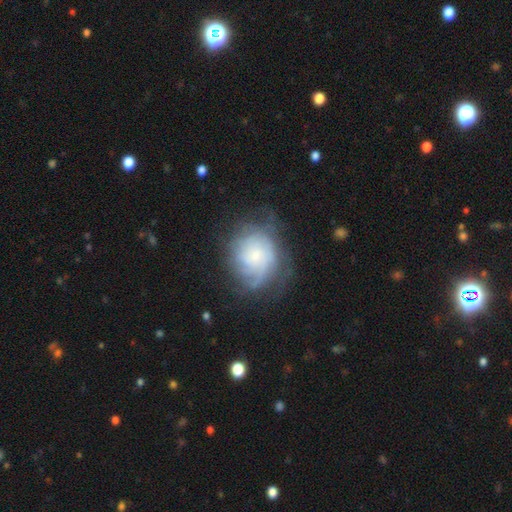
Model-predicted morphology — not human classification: smooth-or-featured: featured or disk: 61% | smooth: 30% | star or artifact: 9%
  disk-edge-on: no: 97% | yes: 3%
    bar: no: 79% | weak: 19% | strong: 3%
    has-spiral-arms: yes: 83% | no: 17%
    bulge-size: small: 62% | moderate: 23% | none: 8% | large: 5% | dominant: 2%
  merging: none: 56% | minor disturbance: 24% | major disturbance: 18% | merger: 2%